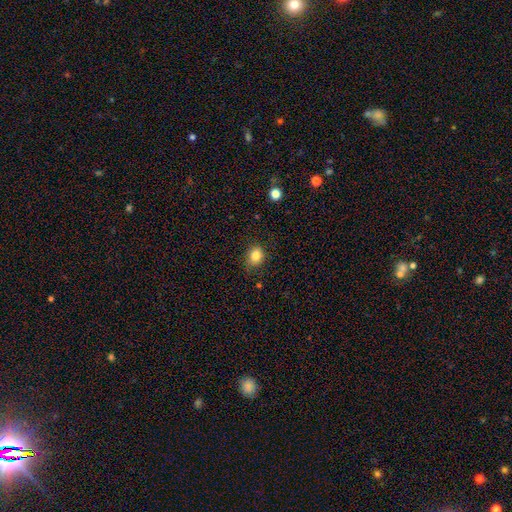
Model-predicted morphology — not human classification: This appears to be a smooth galaxy with no disk features (83%) that is round (51%). Merging: none (78%).